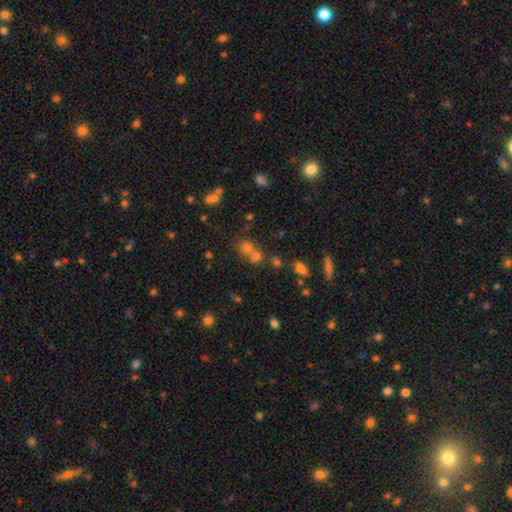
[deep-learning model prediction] smooth 46%, star or artifact 40%, featured or disk 14%. Down the decision tree: merging — none (52%).